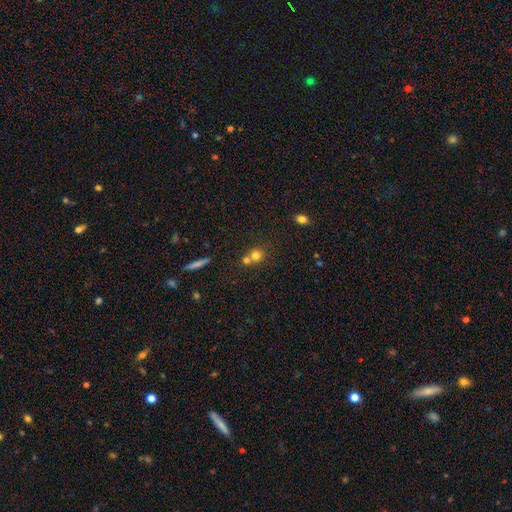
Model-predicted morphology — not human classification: smooth-or-featured: smooth: 72% | star or artifact: 15% | featured or disk: 13%
  how-rounded: round: 85% | in between: 13% | cigar-shaped: 2%
  merging: merger: 48% | none: 43% | minor disturbance: 6% | major disturbance: 3%